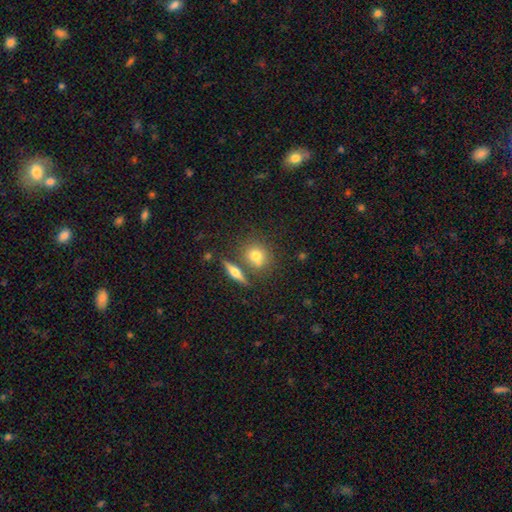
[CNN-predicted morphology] This appears to be a smooth galaxy with no disk features (70%) that is round (75%). Merging: none (65%).